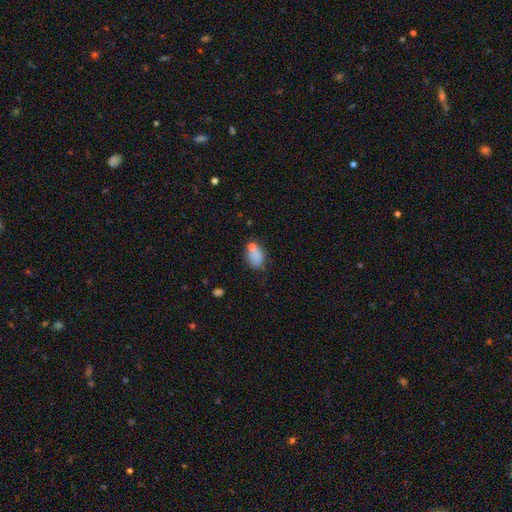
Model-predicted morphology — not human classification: The model was most divided on "merging": none: 49%, minor disturbance: 23%, merger: 18%, major disturbance: 10%. More confident: smooth or featured — smooth (77%); how rounded — in between (76%).